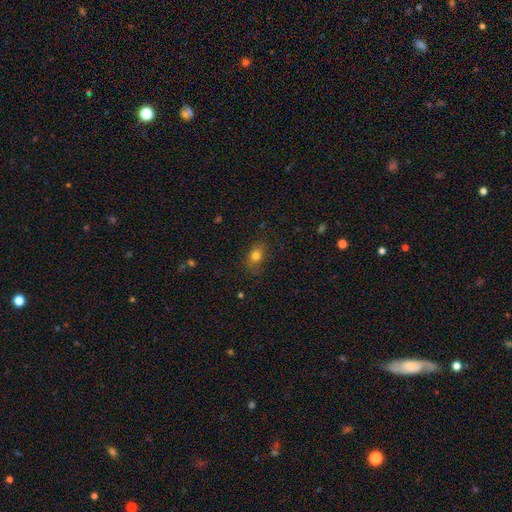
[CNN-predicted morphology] Smooth or featured: smooth — 79% (star or artifact — 12%)
How rounded: in between — 68% (round — 30%)
Merging: none — 77% (minor disturbance — 17%)